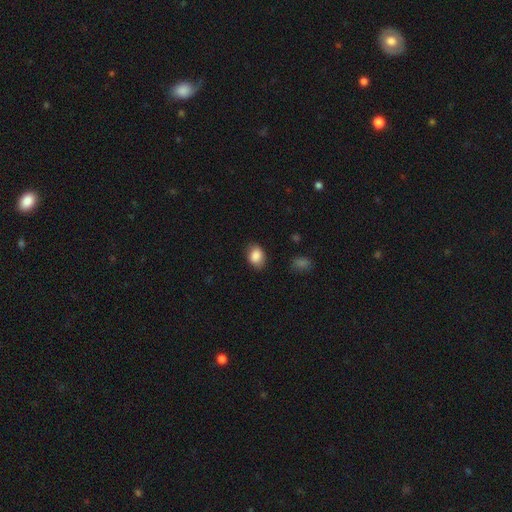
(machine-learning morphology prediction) smooth_or_featured: smooth (p=0.87) [alt: star or artifact p=0.08]
how_rounded: in between (p=0.73) [alt: round p=0.26]
merging: none (p=0.80) [alt: minor disturbance p=0.15]